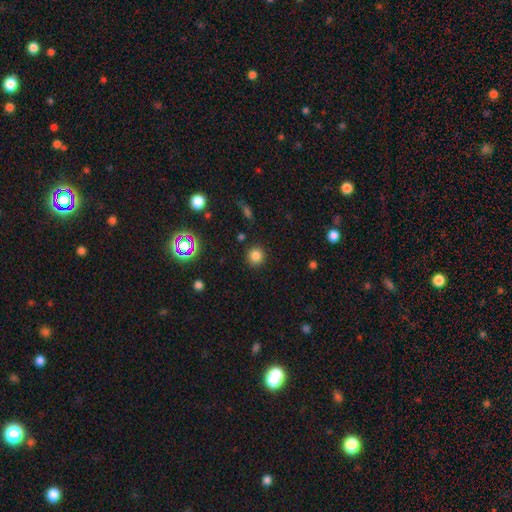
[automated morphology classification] Smooth or featured: smooth — 80% (star or artifact — 15%)
How rounded: round — 93% (in between — 6%)
Merging: none — 89% (minor disturbance — 6%)